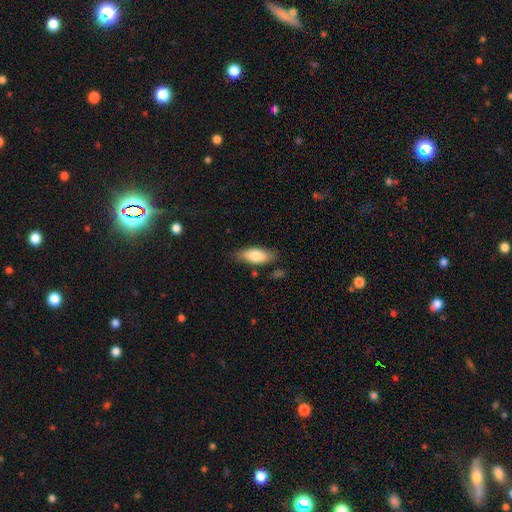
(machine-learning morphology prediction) Overall: smooth (77%). How rounded: in between (77%). Merging: none (78%).